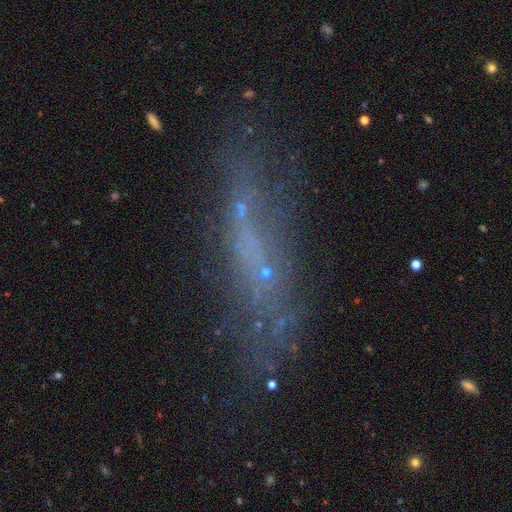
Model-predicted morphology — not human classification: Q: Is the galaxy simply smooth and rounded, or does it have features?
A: featured or disk — 45%.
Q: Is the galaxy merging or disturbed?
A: none — 58%.